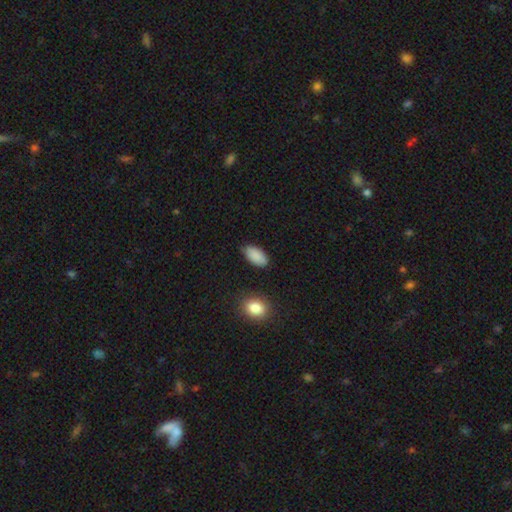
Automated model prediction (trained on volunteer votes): This is clearly a smooth galaxy (89%). How rounded: clearly in between (94%). Merging: likely none (77%).